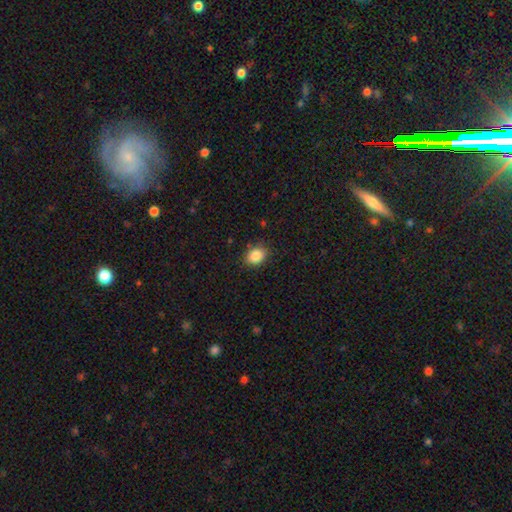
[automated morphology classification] smooth 86%, star or artifact 9%, featured or disk 5%. Down the decision tree: how rounded — in between (60%); merging — none (83%).